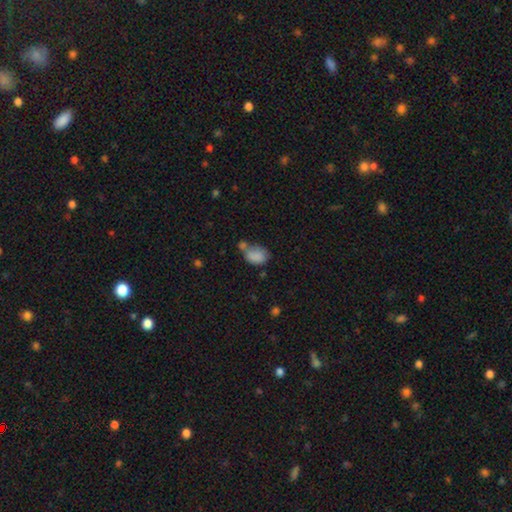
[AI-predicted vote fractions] Smooth or featured: smooth — 82% (star or artifact — 9%)
How rounded: in between — 74% (round — 24%)
Merging: none — 34% (tied with merger — 34%)